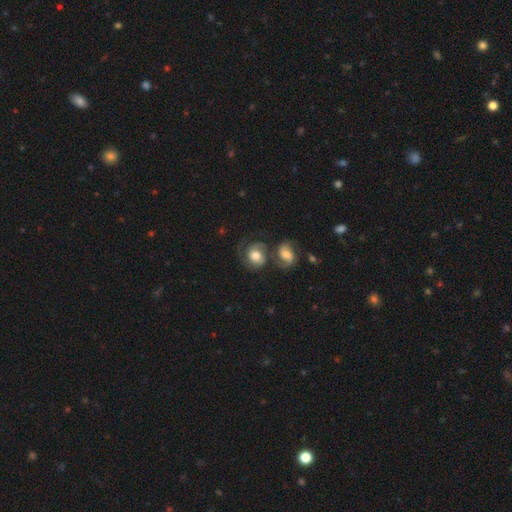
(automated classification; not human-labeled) A featured or disk galaxy (51%).

Vote fractions:
- Smooth or featured? featured or disk: 51% / smooth: 42% / star or artifact: 7%
- Edge-on disk? no: 97% / yes: 3%
- Merging? none: 36% / merger: 35% / minor disturbance: 15% / major disturbance: 13%